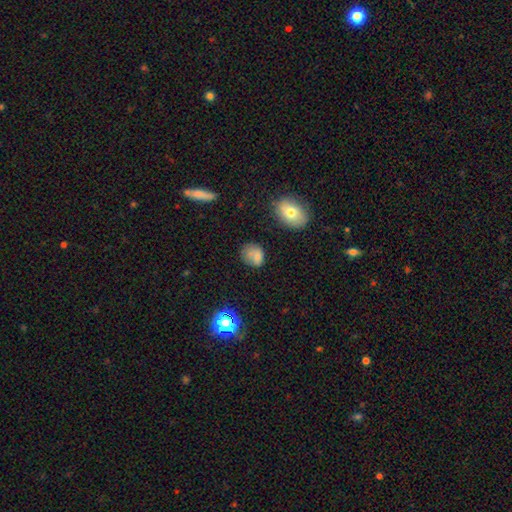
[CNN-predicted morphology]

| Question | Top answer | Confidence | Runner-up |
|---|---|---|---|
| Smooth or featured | smooth | 75% | star or artifact (14%) |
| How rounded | round | 50% | in between (48%) |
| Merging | none | 55% | minor disturbance (26%) |